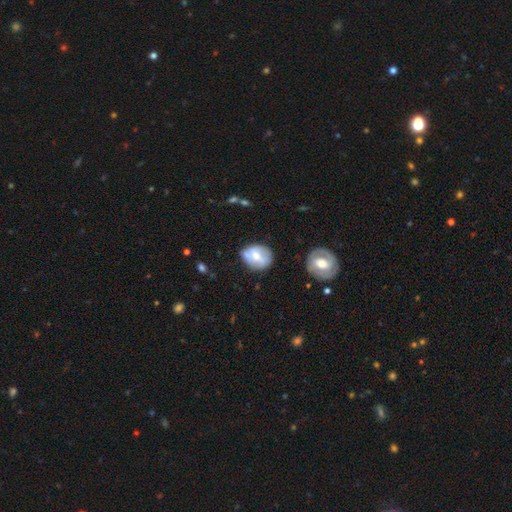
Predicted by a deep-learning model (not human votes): The model was most divided on "smooth or featured": smooth: 49%, featured or disk: 43%, star or artifact: 7%. More confident: merging — none (61%).